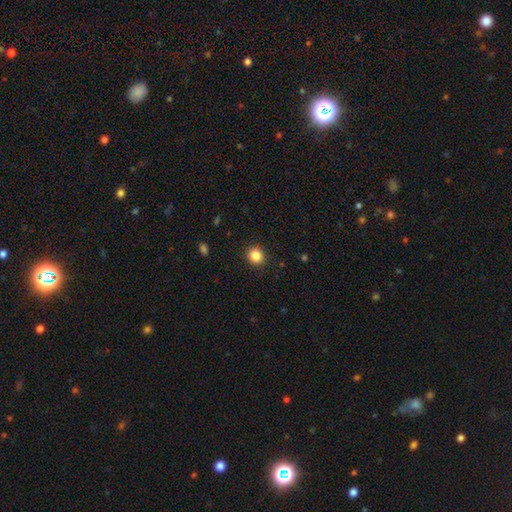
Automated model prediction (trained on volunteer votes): Overall: smooth (86%). How rounded: round (87%). Merging: none (90%).